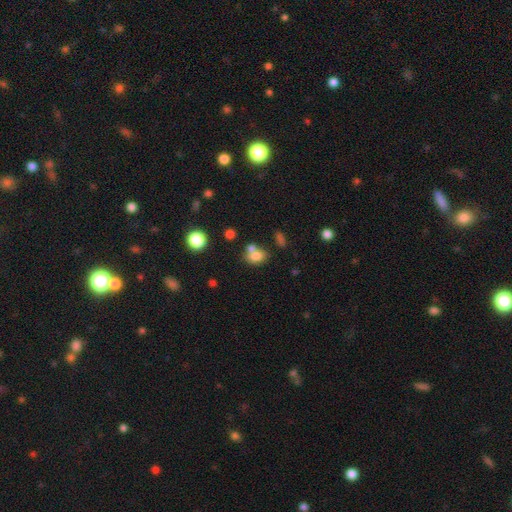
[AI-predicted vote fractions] Overall: smooth (76%). How rounded: in between (65%; round 33%). Merging: none (44%; merger 38%).